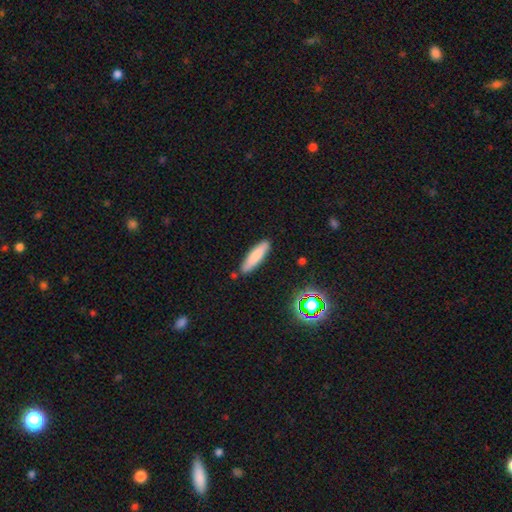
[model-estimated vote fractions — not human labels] smooth 79%, featured or disk 13%, star or artifact 8%. Down the decision tree: how rounded — cigar-shaped (76%); merging — none (85%).